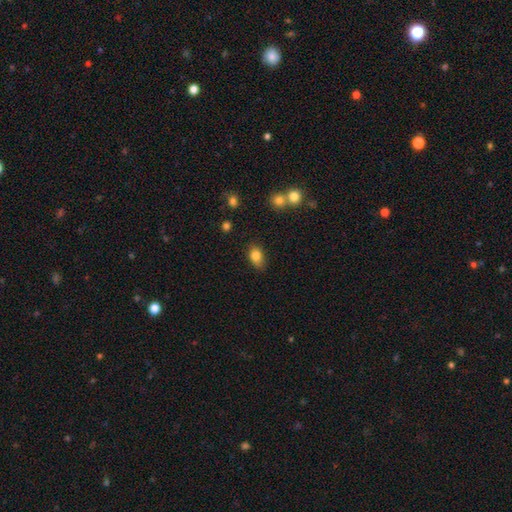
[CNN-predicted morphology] This appears to be a smooth galaxy with no disk features (84%) that is in between round and cigar-shaped (83%). Merging: none (80%).